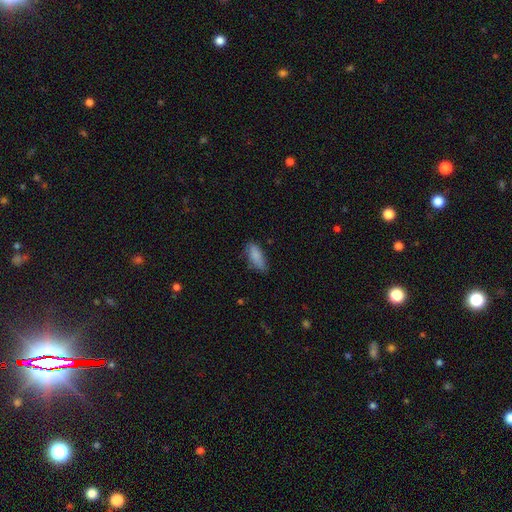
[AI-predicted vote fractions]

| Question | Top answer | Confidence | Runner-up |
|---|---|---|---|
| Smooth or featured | smooth | 86% | featured or disk (7%) |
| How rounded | in between | 81% | cigar-shaped (17%) |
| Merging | none | 67% | minor disturbance (27%) |